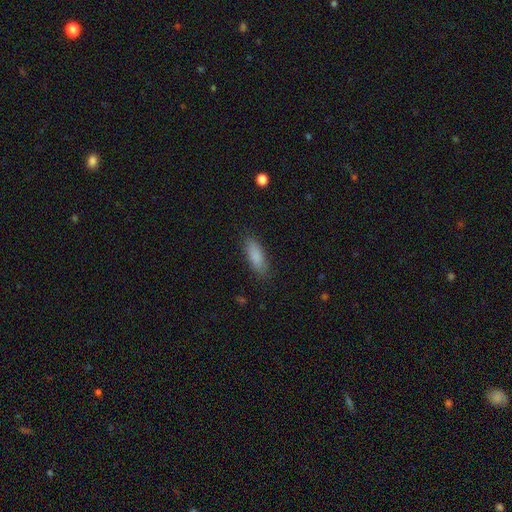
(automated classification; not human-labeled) Morphology: type=smooth (86%); roundness=in between (62%); merging=none (85%).